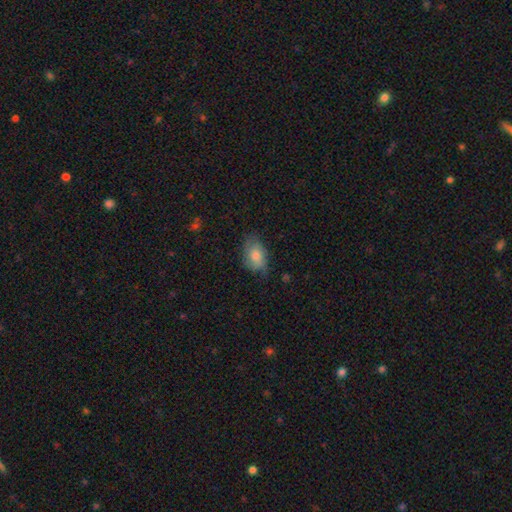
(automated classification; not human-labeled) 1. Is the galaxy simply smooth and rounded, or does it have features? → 68% smooth, 23% featured or disk, 9% star or artifact.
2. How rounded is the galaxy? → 84% in between, 14% round, 2% cigar-shaped.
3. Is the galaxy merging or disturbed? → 63% none, 28% minor disturbance, 7% major disturbance, 1% merger.